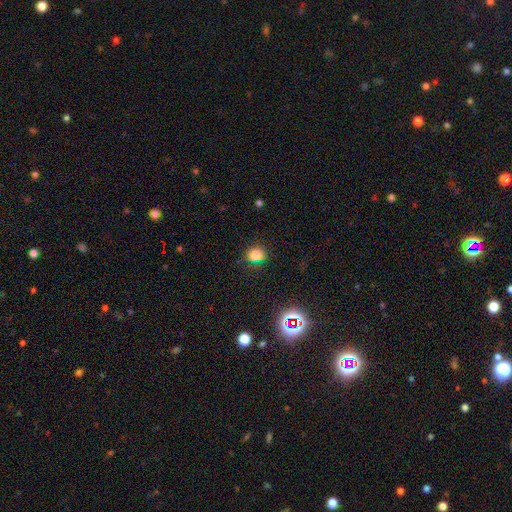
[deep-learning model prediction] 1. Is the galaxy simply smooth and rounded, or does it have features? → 74% smooth, 20% star or artifact, 6% featured or disk.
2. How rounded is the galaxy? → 71% round, 28% in between, 1% cigar-shaped.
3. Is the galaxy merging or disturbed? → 77% none, 15% minor disturbance, 5% major disturbance, 3% merger.